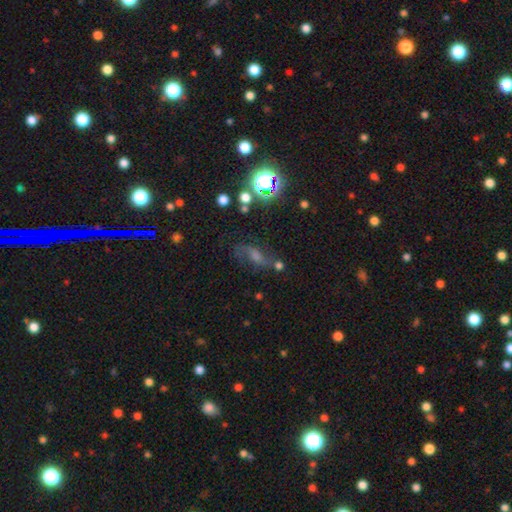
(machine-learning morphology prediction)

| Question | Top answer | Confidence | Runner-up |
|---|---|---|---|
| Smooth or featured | featured or disk | 45% | star or artifact (32%) |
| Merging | none | 64% | minor disturbance (18%) |